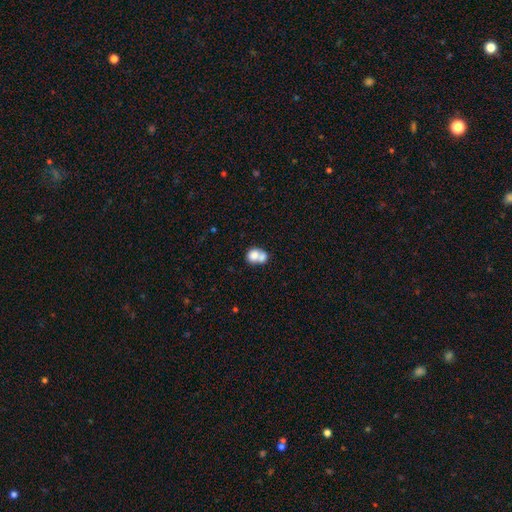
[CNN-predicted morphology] A smooth galaxy with no disk features (74%) that is round (56%).

Vote fractions:
- Smooth or featured? smooth: 74% / featured or disk: 17% / star or artifact: 9%
- How rounded? round: 56% / in between: 43% / cigar-shaped: 1%
- Merging? merger: 64% / none: 24% / minor disturbance: 8% / major disturbance: 5%